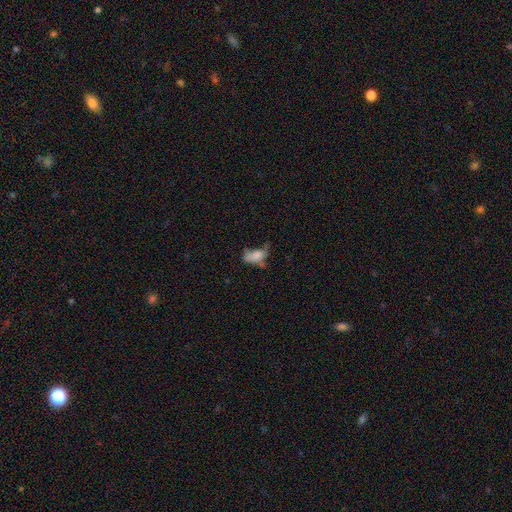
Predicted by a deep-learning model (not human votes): A smooth galaxy with no disk features (68%) that is in between round and cigar-shaped (87%).

Vote fractions:
- Smooth or featured? smooth: 68% / featured or disk: 21% / star or artifact: 11%
- How rounded? in between: 87% / round: 7% / cigar-shaped: 6%
- Merging? major disturbance: 36% / minor disturbance: 26% / none: 25% / merger: 13%